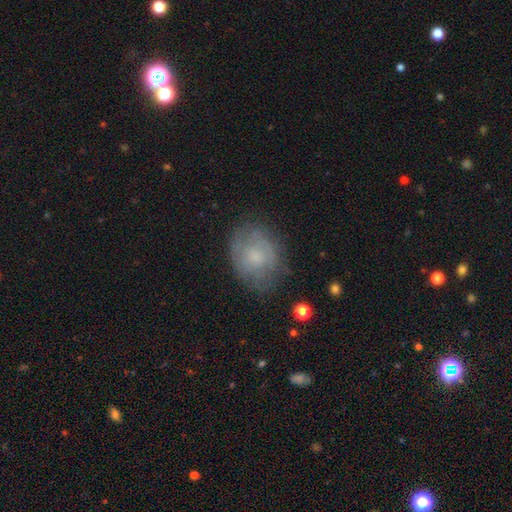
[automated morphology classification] The model was most divided on "how rounded": in between: 53%, round: 46%, cigar-shaped: 1%. More confident: merging — none (67%); smooth or featured — smooth (50%).